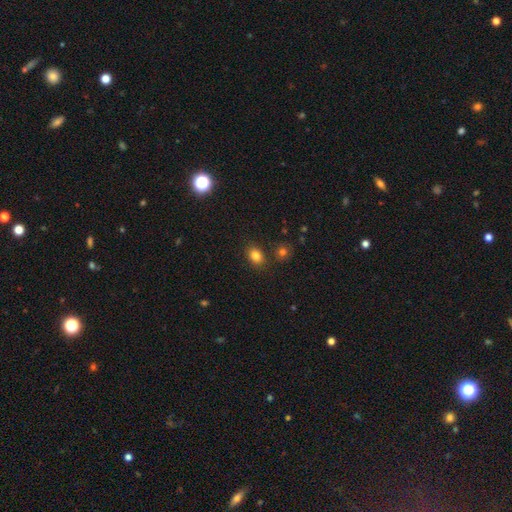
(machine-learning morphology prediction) Smooth or featured? Predicted: smooth (p=0.82). How rounded? Predicted: in between (p=0.60). Merging? Predicted: none (p=0.79).